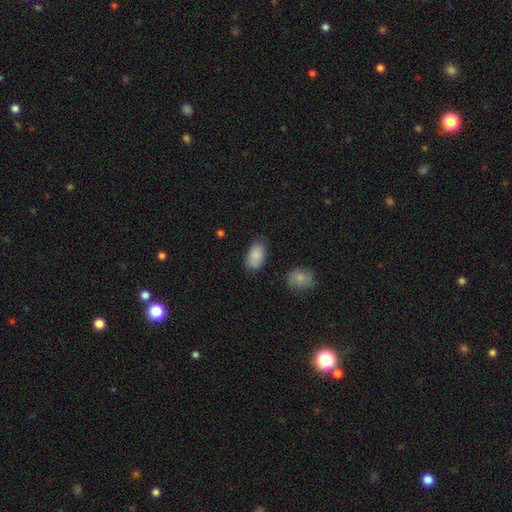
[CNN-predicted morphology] type=smooth (85%); roundness=in between (93%); merging=none (72%).